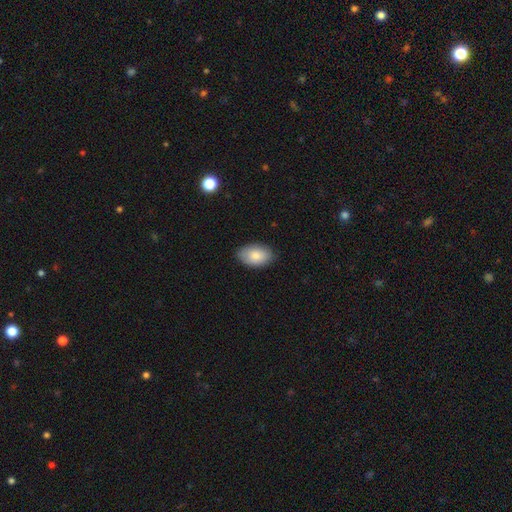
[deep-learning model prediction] This is clearly a smooth galaxy (82%). How rounded: clearly in between (91%). Merging: clearly none (83%).